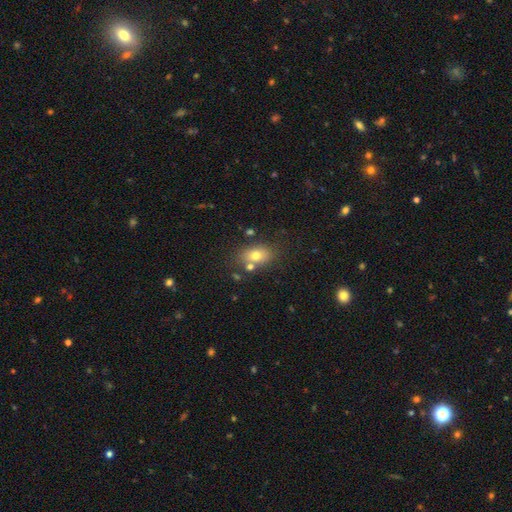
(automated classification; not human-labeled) Smooth or featured? Predicted: smooth (p=0.73). How rounded? Predicted: in between (p=0.75). Merging? Predicted: none (p=0.71).